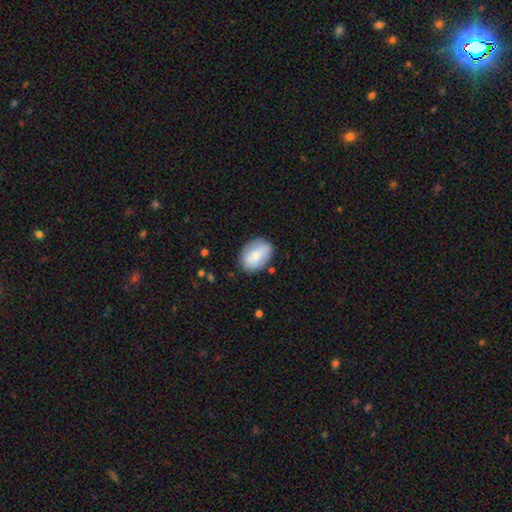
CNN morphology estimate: type=smooth (75%); roundness=in between (79%); merging=none (77%).